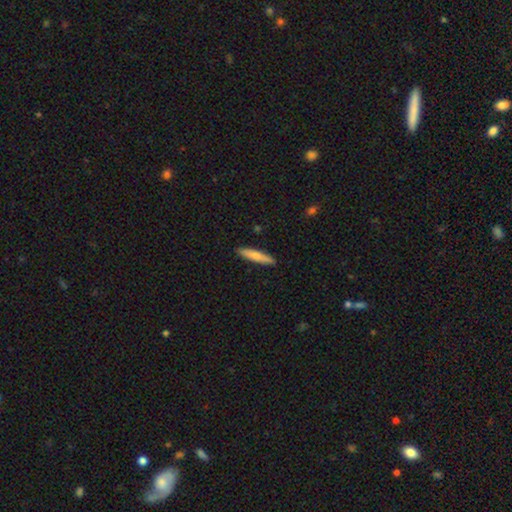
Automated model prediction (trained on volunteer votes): This appears to be a smooth galaxy with no disk features (74%) that is cigar-shaped (86%). Merging: none (90%).